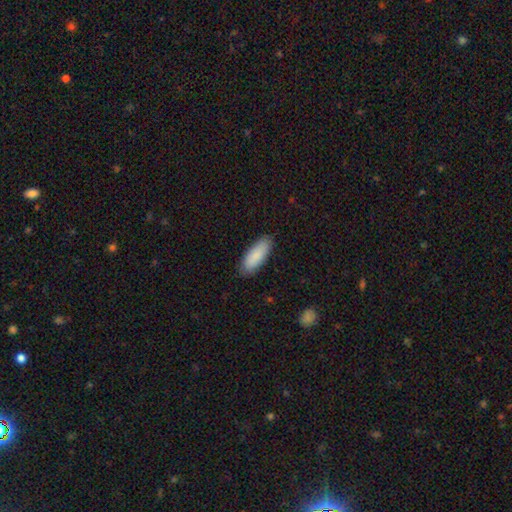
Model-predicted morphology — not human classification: Smooth or featured?
  - smooth: 89% *
  - featured or disk: 6%
  - star or artifact: 5%
How rounded?
  - in between: 71% *
  - cigar-shaped: 28%
  - round: 1%
Merging?
  - none: 87% *
  - minor disturbance: 10%
  - major disturbance: 2%
  - merger: 1%